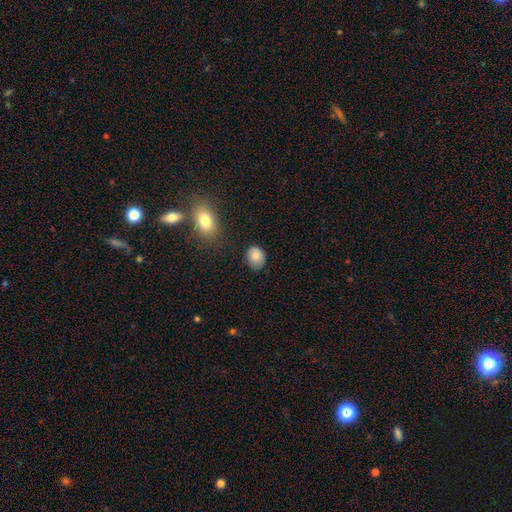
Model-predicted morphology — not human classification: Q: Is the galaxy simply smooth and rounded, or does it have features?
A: smooth — 84%.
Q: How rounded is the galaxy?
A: round — 55%.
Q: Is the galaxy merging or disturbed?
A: none — 77%.